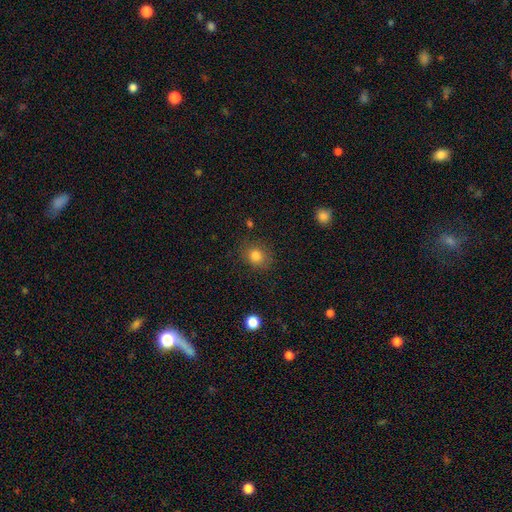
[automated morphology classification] Q: Smooth or featured?
A: smooth (83%); runner-up: star or artifact (11%)
Q: How rounded?
A: round (72%); runner-up: in between (27%)
Q: Merging?
A: none (82%); runner-up: minor disturbance (12%)